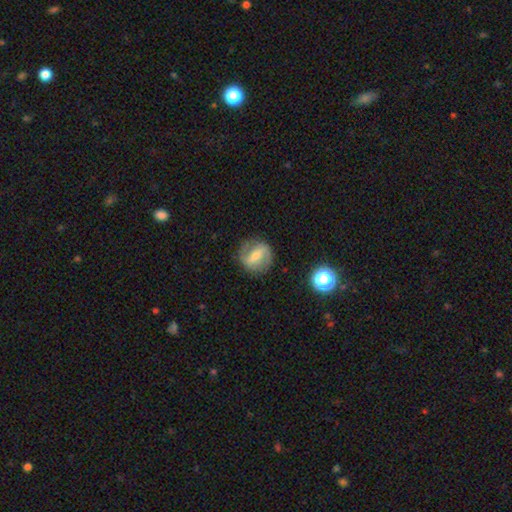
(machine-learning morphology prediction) Smooth or featured: featured or disk — 64% (smooth — 28%)
Edge-on disk: no — 93% (yes — 7%)
Bar: strong — 58% (weak — 31%)
Spiral arms: yes — 69% (no — 31%)
Bulge size: small — 47% (moderate — 43%)
Merging: none — 81% (minor disturbance — 12%)